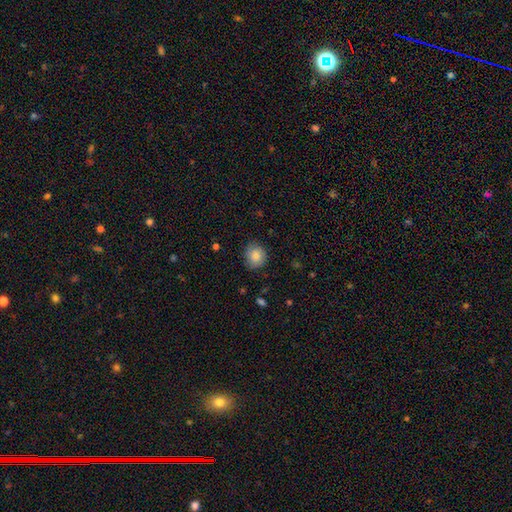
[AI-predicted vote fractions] Smooth or featured?
  - smooth: 84% *
  - star or artifact: 8%
  - featured or disk: 8%
How rounded?
  - round: 82% *
  - in between: 17%
  - cigar-shaped: 1%
Merging?
  - none: 79% *
  - minor disturbance: 17%
  - major disturbance: 3%
  - merger: 1%